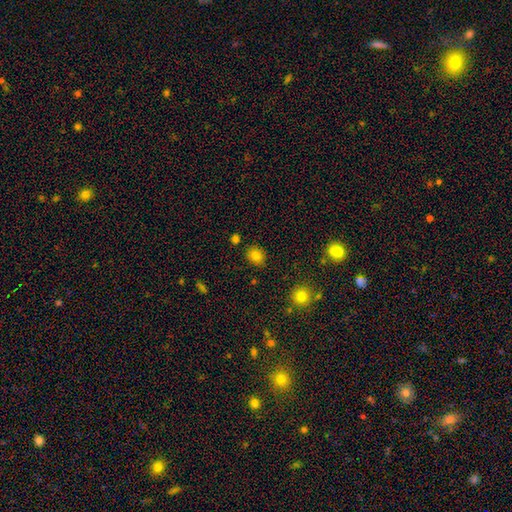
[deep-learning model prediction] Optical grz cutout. It shows a smooth galaxy with no disk features (81%) that is round (72%). Merging: none (85%).